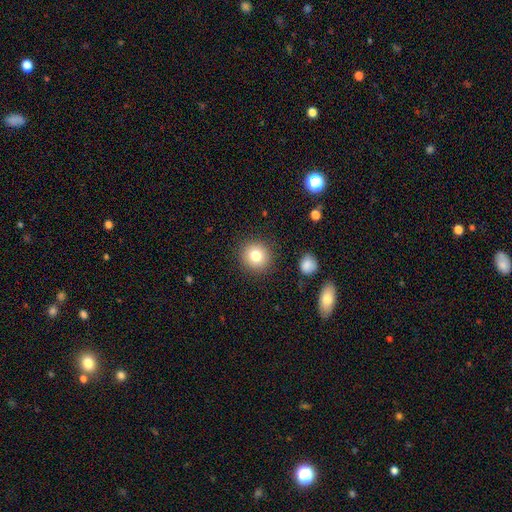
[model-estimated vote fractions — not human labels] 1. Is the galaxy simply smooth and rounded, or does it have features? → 80% smooth, 11% star or artifact, 10% featured or disk.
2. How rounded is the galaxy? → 91% round, 8% in between, 1% cigar-shaped.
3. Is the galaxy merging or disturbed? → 89% none, 7% minor disturbance, 3% major disturbance, 2% merger.